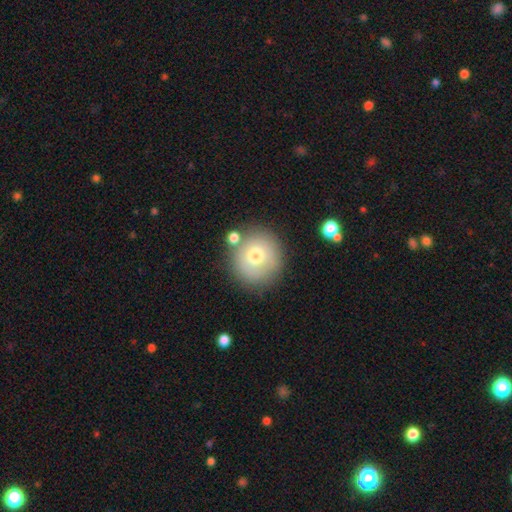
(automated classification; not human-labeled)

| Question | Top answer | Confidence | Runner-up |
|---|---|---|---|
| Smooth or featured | smooth | 71% | featured or disk (19%) |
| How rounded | round | 92% | in between (7%) |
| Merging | none | 75% | minor disturbance (12%) |